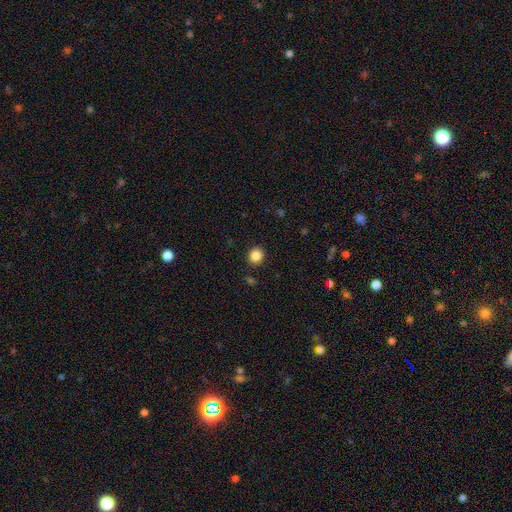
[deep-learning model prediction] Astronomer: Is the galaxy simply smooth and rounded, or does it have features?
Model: smooth — 86%.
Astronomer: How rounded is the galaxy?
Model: round — 83%.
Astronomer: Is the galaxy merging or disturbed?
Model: none — 91%.